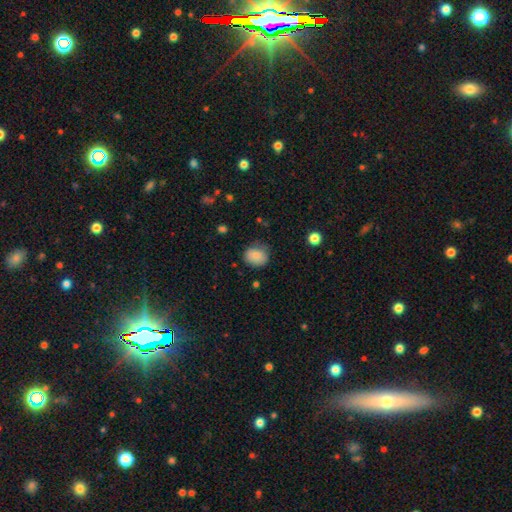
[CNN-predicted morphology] Smooth or featured? smooth (84%)
How rounded? round (69%)
Merging? none (72%)